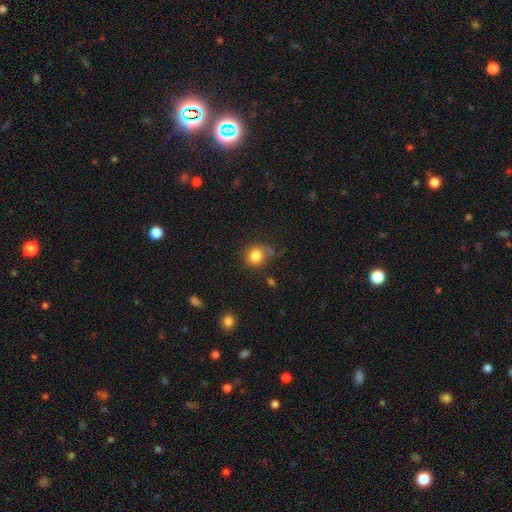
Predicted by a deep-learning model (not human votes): Smooth or featured?
  - smooth: 83% *
  - star or artifact: 10%
  - featured or disk: 7%
How rounded?
  - round: 81% *
  - in between: 19%
  - cigar-shaped: 1%
Merging?
  - none: 64% *
  - minor disturbance: 22%
  - major disturbance: 8%
  - merger: 6%